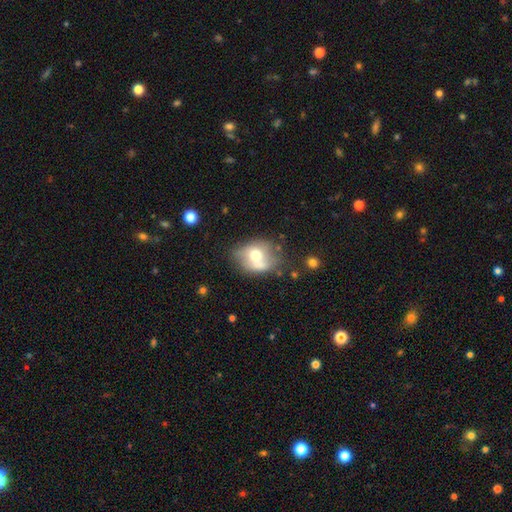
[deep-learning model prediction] This is possibly a smooth galaxy (59%). How rounded: possibly in between (51%). Merging: marginally none (38%).